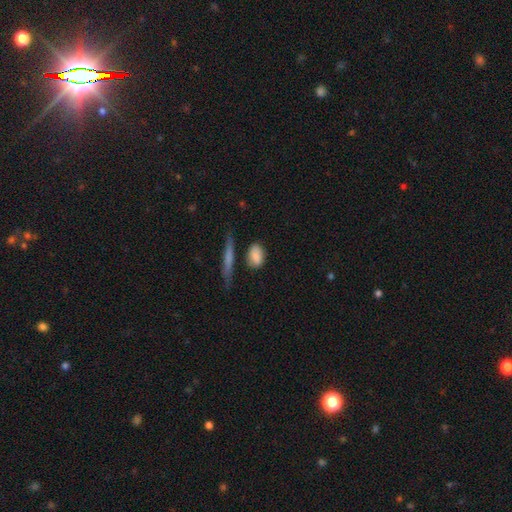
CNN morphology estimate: Q: Smooth or featured?
A: smooth (84%); runner-up: featured or disk (10%)
Q: How rounded?
A: in between (77%); runner-up: round (13%)
Q: Merging?
A: none (67%); runner-up: minor disturbance (20%)